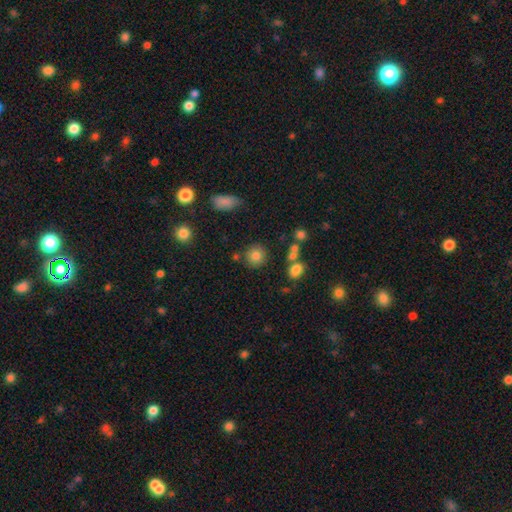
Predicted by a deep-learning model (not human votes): Smooth or featured? Predicted: smooth (p=0.80). How rounded? Predicted: round (p=0.89). Merging? Predicted: none (p=0.81).